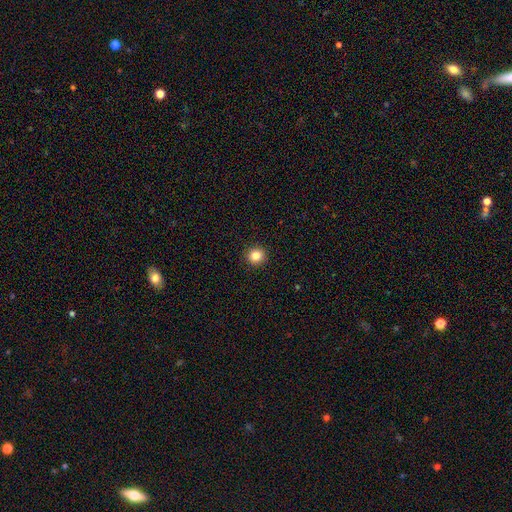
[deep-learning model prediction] Q: Smooth or featured?
A: smooth (84%); runner-up: star or artifact (11%)
Q: How rounded?
A: round (93%); runner-up: in between (6%)
Q: Merging?
A: none (93%); runner-up: minor disturbance (5%)